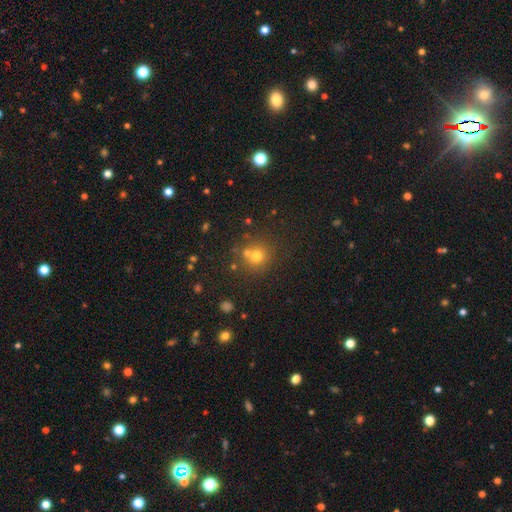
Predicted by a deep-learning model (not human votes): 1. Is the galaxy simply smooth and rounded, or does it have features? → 69% smooth, 20% star or artifact, 11% featured or disk.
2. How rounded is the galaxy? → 89% round, 10% in between, 1% cigar-shaped.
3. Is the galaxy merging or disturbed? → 64% none, 24% merger, 9% minor disturbance, 3% major disturbance.